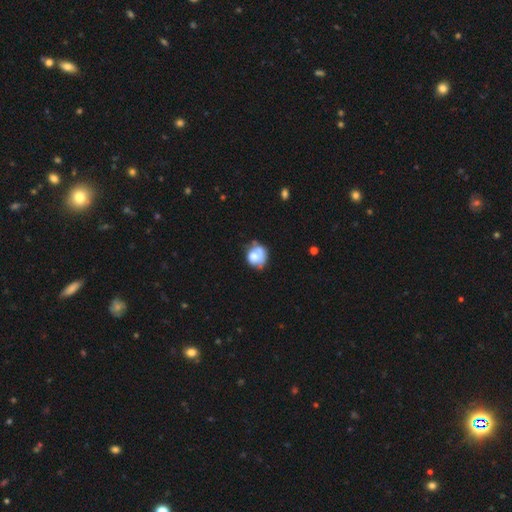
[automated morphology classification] Smooth or featured? Predicted: smooth (p=0.65). How rounded? Predicted: round (p=0.67). Merging? Predicted: none (p=0.38).